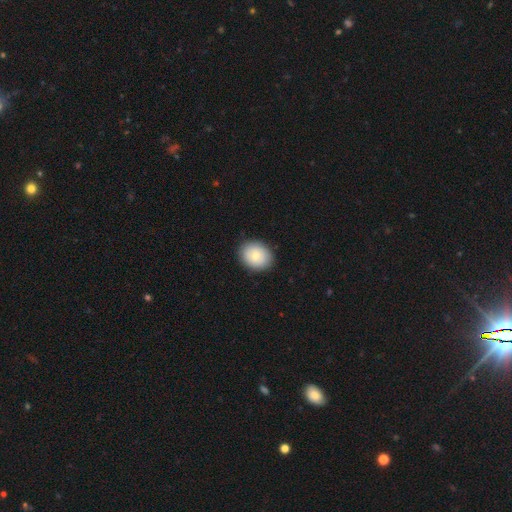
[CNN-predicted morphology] Overall: smooth (76%). How rounded: round (60%; in between 39%). Merging: none (88%).